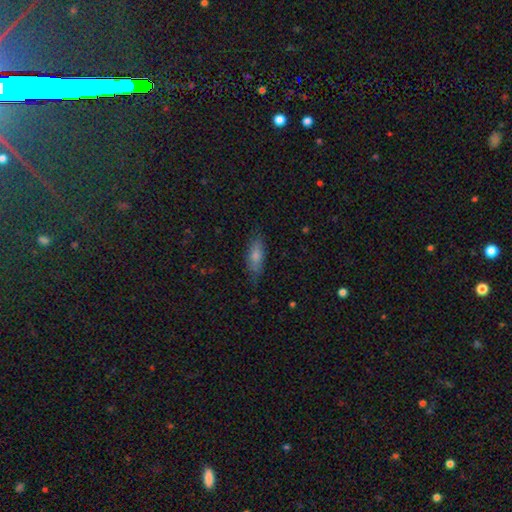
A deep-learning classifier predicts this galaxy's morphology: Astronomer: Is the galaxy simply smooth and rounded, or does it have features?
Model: smooth — 73%.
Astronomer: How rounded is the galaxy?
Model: in between — 68%.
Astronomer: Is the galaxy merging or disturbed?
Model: none — 73%.